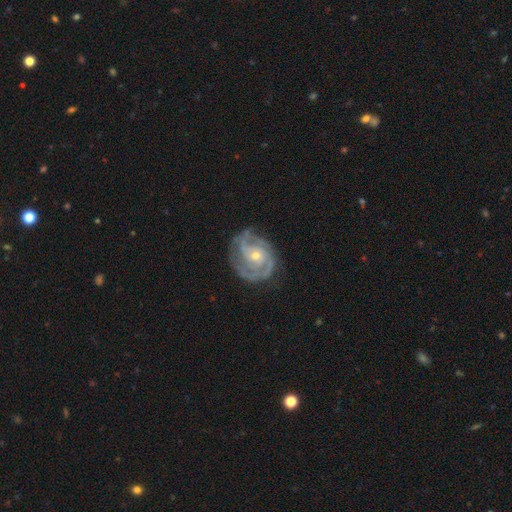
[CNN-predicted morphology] A featured or disk galaxy (89%) with no bar (68%), 2 (37%) tight (58%) spiral arms (97%) and a small central bulge (57%). Merging: none (74%).